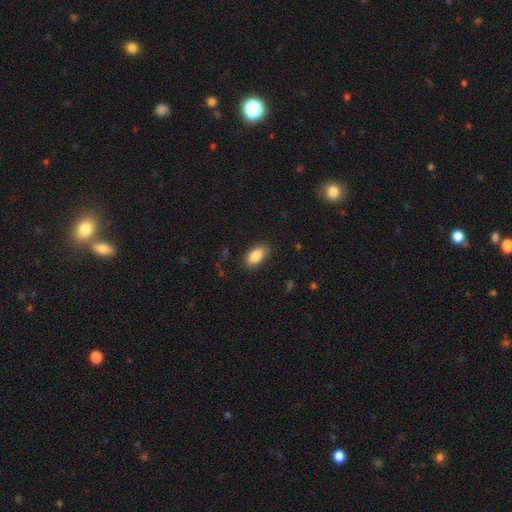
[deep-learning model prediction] Q: Smooth or featured?
A: smooth (88%); runner-up: star or artifact (7%)
Q: How rounded?
A: in between (92%); runner-up: cigar-shaped (4%)
Q: Merging?
A: none (85%); runner-up: minor disturbance (11%)